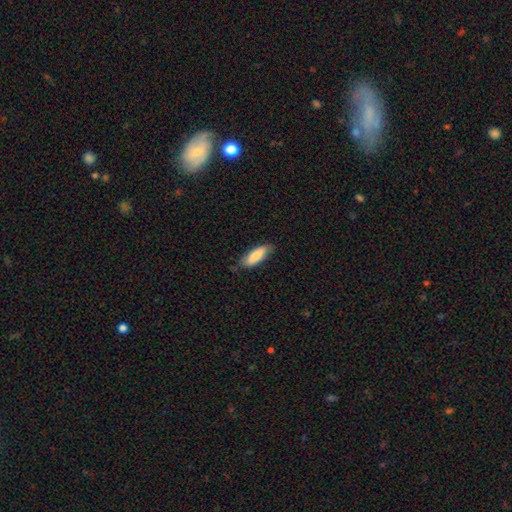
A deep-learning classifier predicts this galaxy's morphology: smooth-or-featured: smooth: 85% | featured or disk: 10% | star or artifact: 6%
  how-rounded: in between: 60% | cigar-shaped: 38% | round: 2%
  merging: none: 72% | minor disturbance: 23% | major disturbance: 4% | merger: 1%